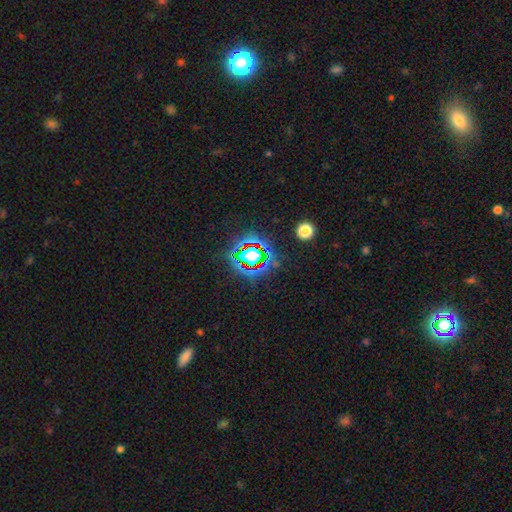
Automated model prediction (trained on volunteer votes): The model was most divided on "smooth or featured": star or artifact: 77%, smooth: 14%, featured or disk: 9%.